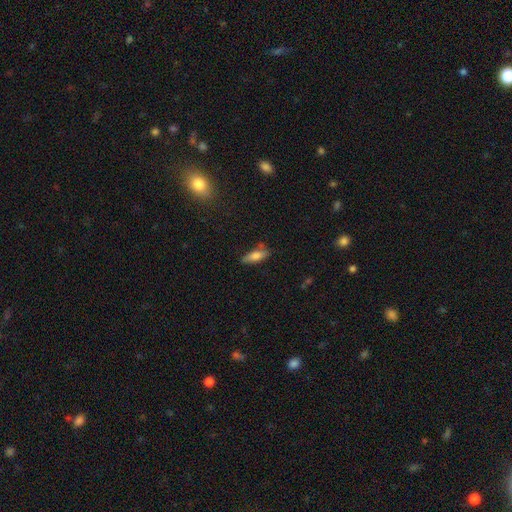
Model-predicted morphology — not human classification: Smooth or featured: smooth — 73% (featured or disk — 20%)
How rounded: in between — 59% (cigar-shaped — 38%)
Merging: none — 72% (minor disturbance — 20%)